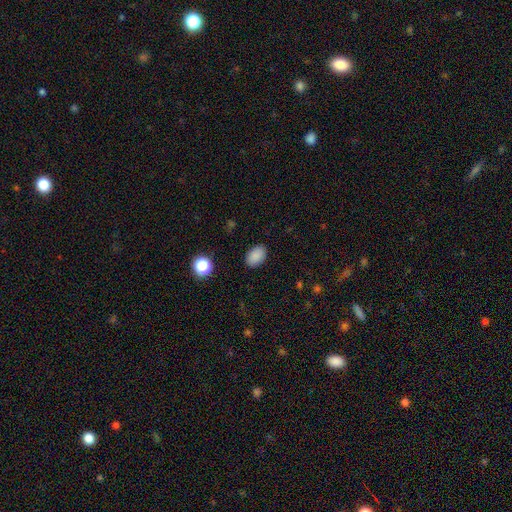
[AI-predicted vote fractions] Smooth or featured?
  - smooth: 87% *
  - star or artifact: 10%
  - featured or disk: 4%
How rounded?
  - in between: 85% *
  - round: 14%
  - cigar-shaped: 1%
Merging?
  - none: 88% *
  - minor disturbance: 9%
  - major disturbance: 2%
  - merger: 1%